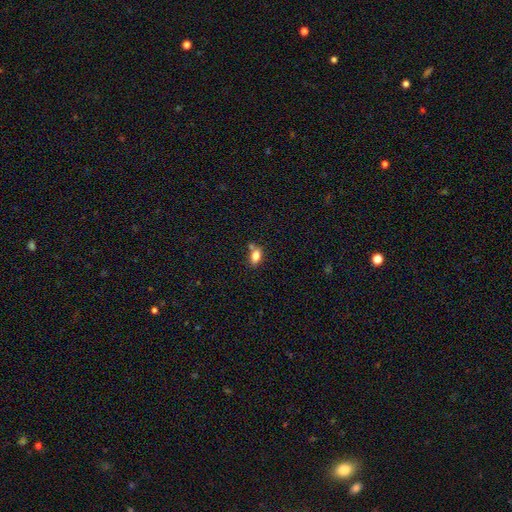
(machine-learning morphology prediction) The model was most divided on "merging": none: 55%, merger: 24%, minor disturbance: 16%, major disturbance: 5%. More confident: how rounded — in between (86%); smooth or featured — smooth (80%).